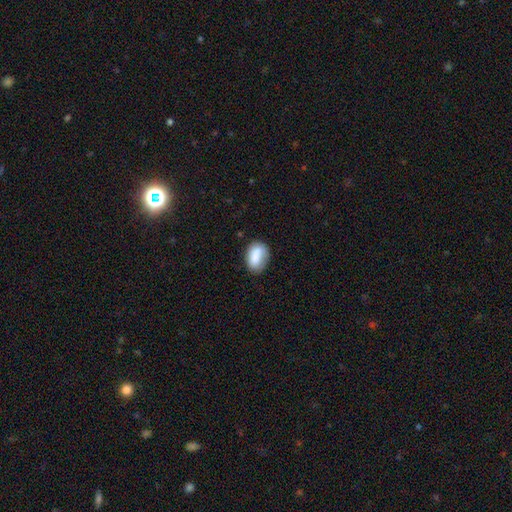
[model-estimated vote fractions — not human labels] Smooth or featured? Predicted: smooth (p=0.83). How rounded? Predicted: in between (p=0.83). Merging? Predicted: none (p=0.68).